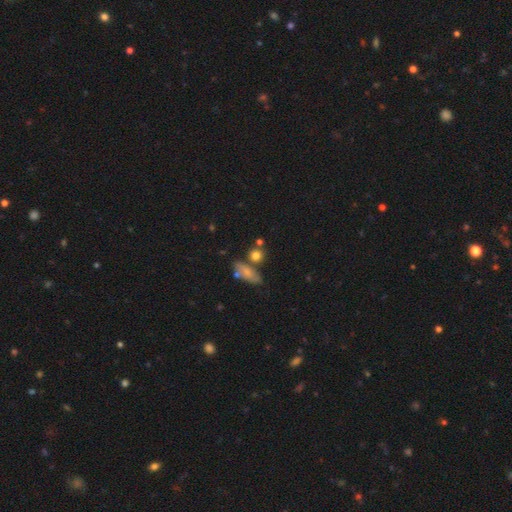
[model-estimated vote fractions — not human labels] smooth-or-featured: smooth: 77% | star or artifact: 13% | featured or disk: 11%
  how-rounded: round: 71% | in between: 22% | cigar-shaped: 8%
  merging: none: 66% | merger: 16% | minor disturbance: 13% | major disturbance: 5%